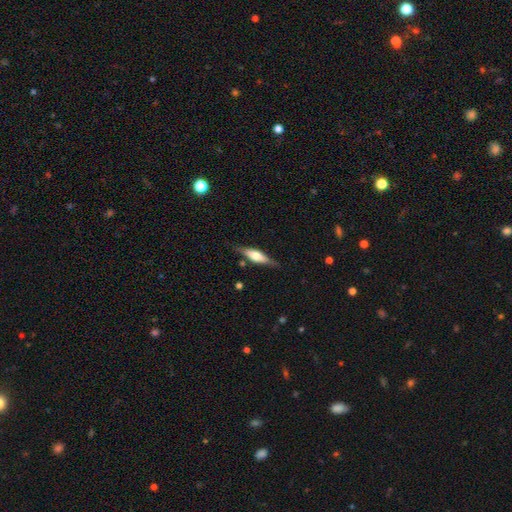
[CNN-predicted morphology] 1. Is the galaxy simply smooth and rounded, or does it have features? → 61% featured or disk, 33% smooth, 6% star or artifact.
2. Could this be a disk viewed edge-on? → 94% yes, 6% no.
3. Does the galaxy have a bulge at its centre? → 81% rounded, 16% boxy, 3% none.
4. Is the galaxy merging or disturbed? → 82% none, 13% minor disturbance, 3% major disturbance, 2% merger.